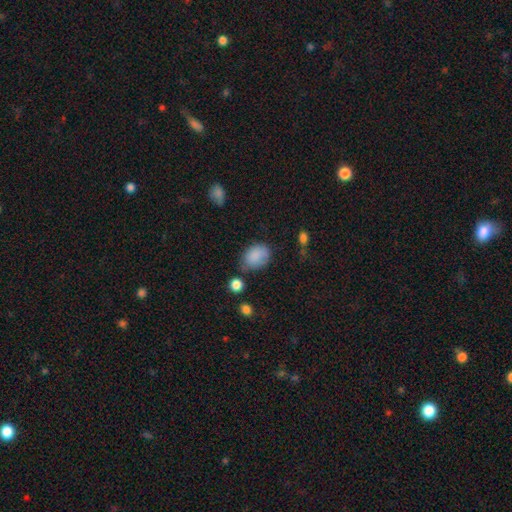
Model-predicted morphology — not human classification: The model was most divided on "merging": none: 58%, minor disturbance: 28%, major disturbance: 8%, merger: 6%. More confident: smooth or featured — smooth (86%); how rounded — in between (76%).